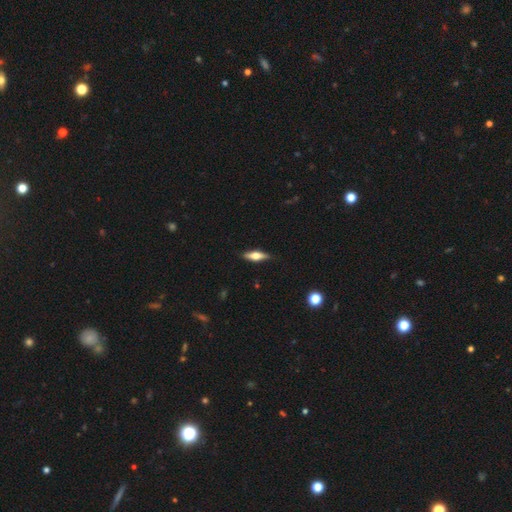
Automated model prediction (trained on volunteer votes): smooth-or-featured: smooth: 47% (tied) | featured or disk: 47% (tied) | star or artifact: 6%
  merging: none: 86% | minor disturbance: 11% | major disturbance: 2% | merger: 1%